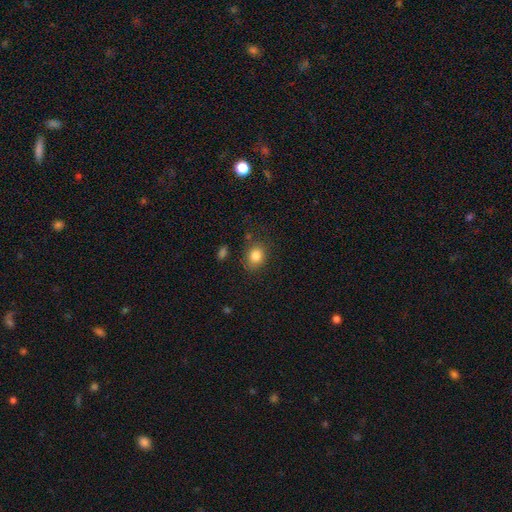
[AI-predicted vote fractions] The model was most divided on "how rounded": round: 54%, in between: 45%, cigar-shaped: 1%. More confident: smooth or featured — smooth (83%); merging — none (79%).